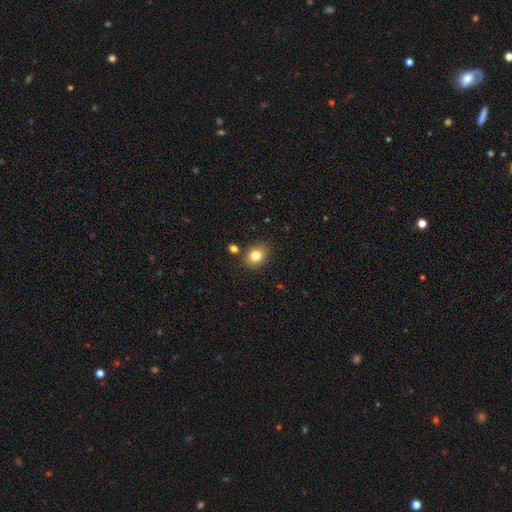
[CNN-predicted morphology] smooth-or-featured: smooth: 81% | star or artifact: 11% | featured or disk: 8%
  how-rounded: round: 59% | in between: 40% | cigar-shaped: 1%
  merging: none: 82% | minor disturbance: 11% | merger: 5% | major disturbance: 3%